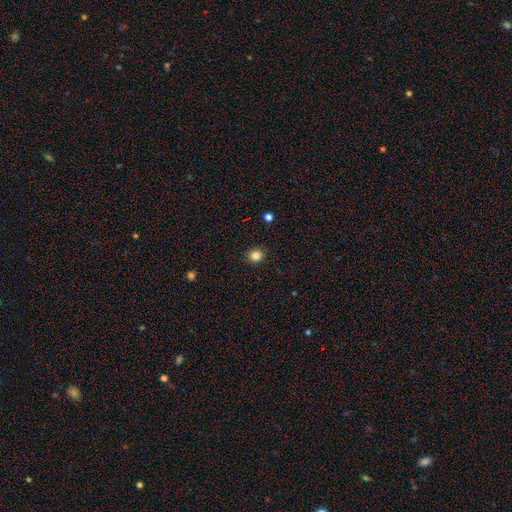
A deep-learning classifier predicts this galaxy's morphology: smooth_or_featured: smooth (p=0.84) [alt: star or artifact p=0.12]
how_rounded: round (p=0.83) [alt: in between p=0.16]
merging: none (p=0.92) [alt: minor disturbance p=0.06]